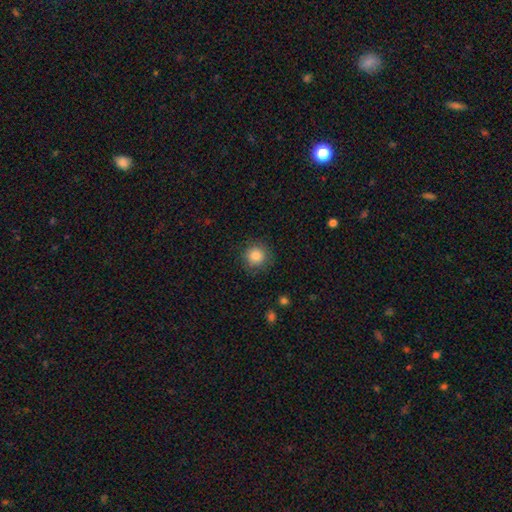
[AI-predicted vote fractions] Smooth or featured? Predicted: smooth (p=0.85). How rounded? Predicted: round (p=0.94). Merging? Predicted: none (p=0.87).